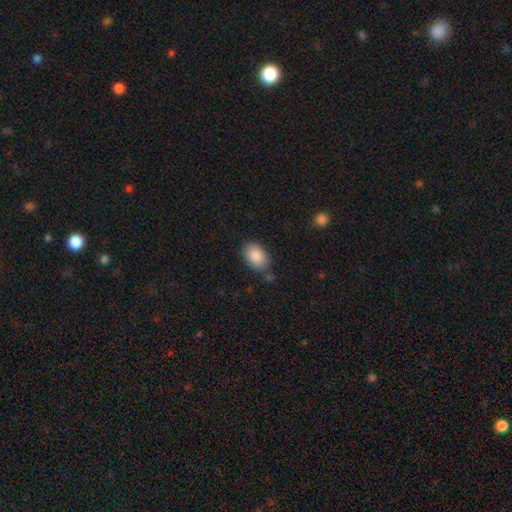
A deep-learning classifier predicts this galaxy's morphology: smooth-or-featured: smooth: 88% | star or artifact: 6% | featured or disk: 5%
  how-rounded: in between: 89% | round: 10% | cigar-shaped: 1%
  merging: none: 77% | minor disturbance: 16% | merger: 4% | major disturbance: 4%